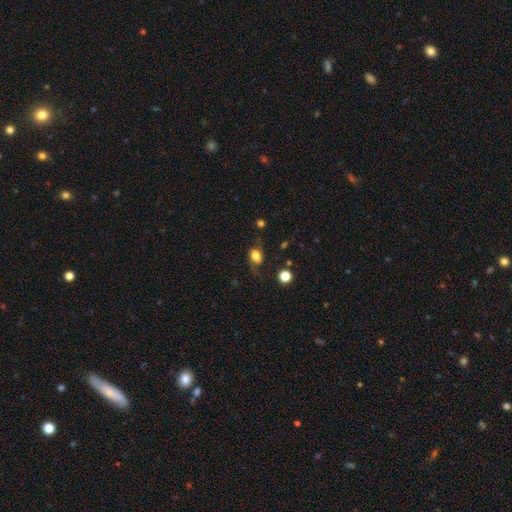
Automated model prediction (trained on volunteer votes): This appears to be a smooth galaxy with no disk features (75%) that is in between round and cigar-shaped (61%). Merging: none (61%).